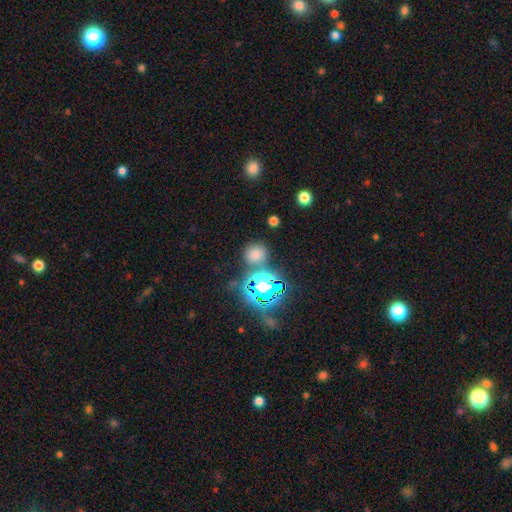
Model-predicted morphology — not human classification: This is possibly a smooth galaxy (53%). How rounded: clearly round (82%). Merging: likely none (77%).